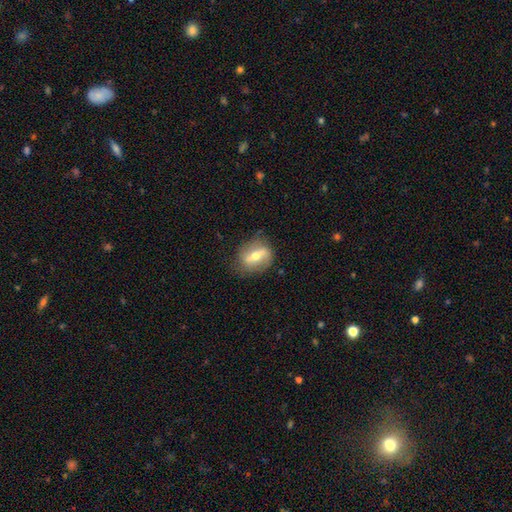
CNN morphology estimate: smooth-or-featured: featured or disk: 60% | smooth: 32% | star or artifact: 8%
  disk-edge-on: no: 84% | yes: 16%
    bar: strong: 57% | weak: 28% | no: 15%
    has-spiral-arms: yes: 53% | no: 47%
    bulge-size: moderate: 65% | small: 28% | large: 5% | none: 1% | dominant: 1%
  merging: none: 75% | minor disturbance: 17% | major disturbance: 6% | merger: 2%